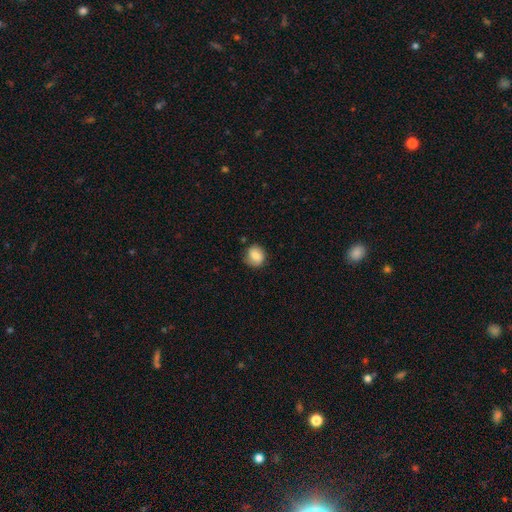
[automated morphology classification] Q: Smooth or featured?
A: smooth (76%); runner-up: featured or disk (15%)
Q: How rounded?
A: round (78%); runner-up: in between (21%)
Q: Merging?
A: none (77%); runner-up: minor disturbance (17%)